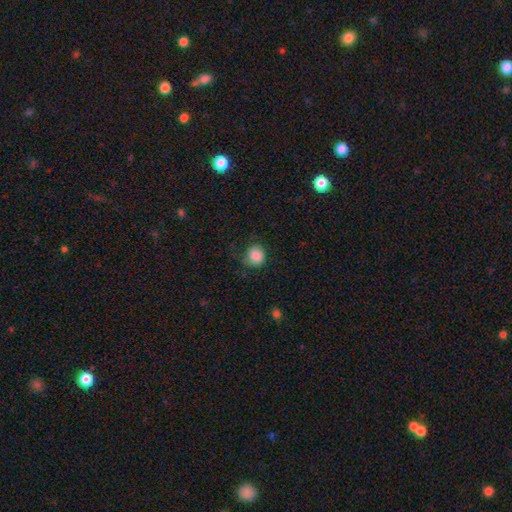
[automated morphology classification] Q: Smooth or featured?
A: smooth (85%); runner-up: star or artifact (9%)
Q: How rounded?
A: round (84%); runner-up: in between (15%)
Q: Merging?
A: none (66%); runner-up: minor disturbance (23%)